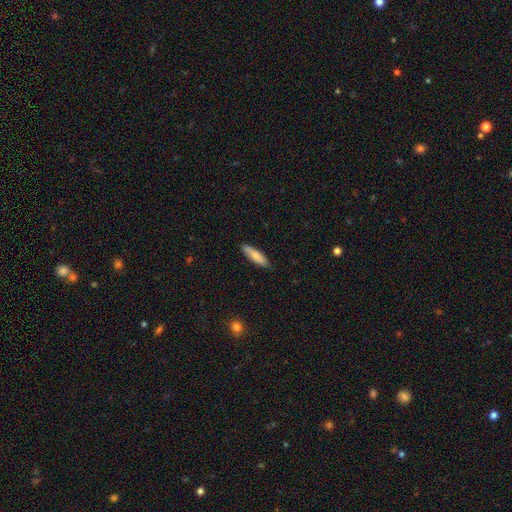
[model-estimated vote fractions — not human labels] Q: Smooth or featured?
A: smooth (81%); runner-up: featured or disk (14%)
Q: How rounded?
A: cigar-shaped (64%); runner-up: in between (34%)
Q: Merging?
A: none (85%); runner-up: minor disturbance (12%)